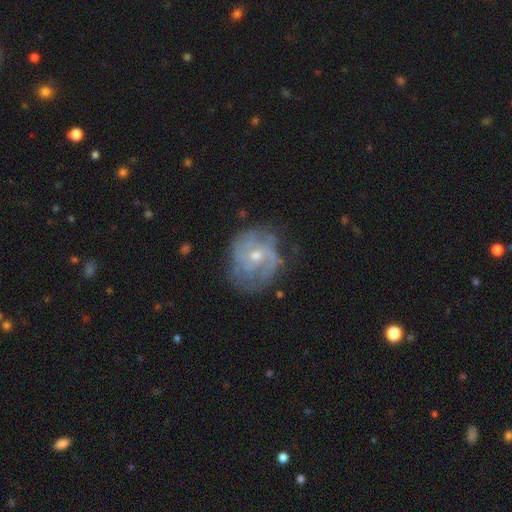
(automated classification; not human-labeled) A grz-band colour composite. It shows a featured or disk galaxy (77%) with no bar (63%), tight (42%) spiral arms (85%) and a small central bulge (51%). Merging: none (61%).